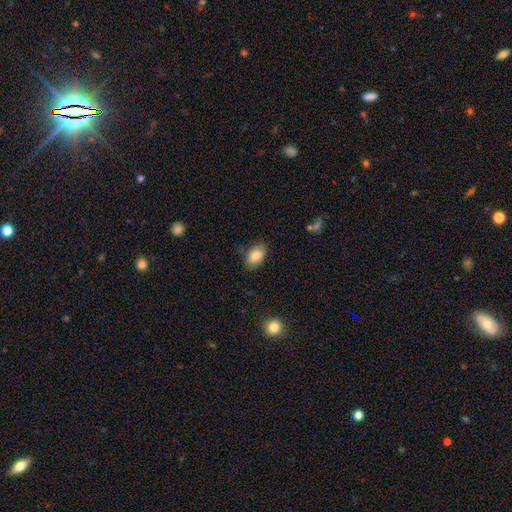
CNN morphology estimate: smooth-or-featured: smooth: 85% | star or artifact: 8% | featured or disk: 7%
  how-rounded: in between: 87% | round: 12% | cigar-shaped: 1%
  merging: none: 79% | minor disturbance: 16% | major disturbance: 4% | merger: 2%